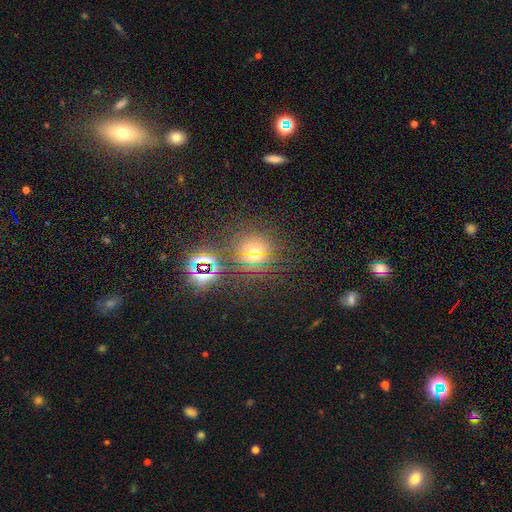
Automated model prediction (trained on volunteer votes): smooth_or_featured: star or artifact (p=0.68) [alt: smooth p=0.21]